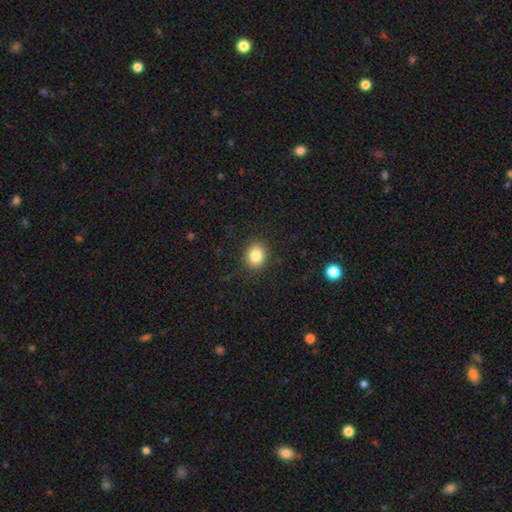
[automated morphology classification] A smooth galaxy with no disk features (83%) that is round (69%). Merging: none (90%).